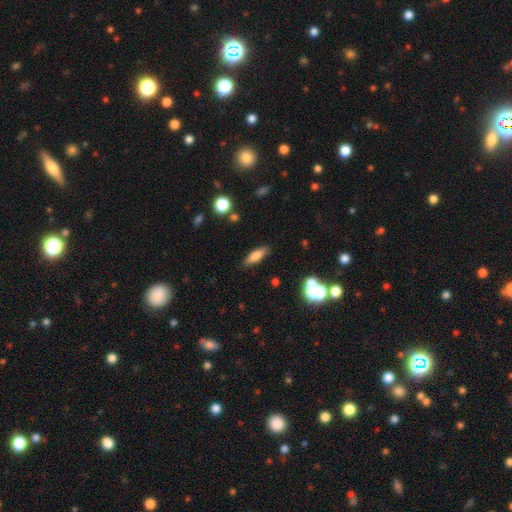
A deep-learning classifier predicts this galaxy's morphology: A smooth galaxy with no disk features (76%) that is in between round and cigar-shaped (54%). Merging: none (84%).